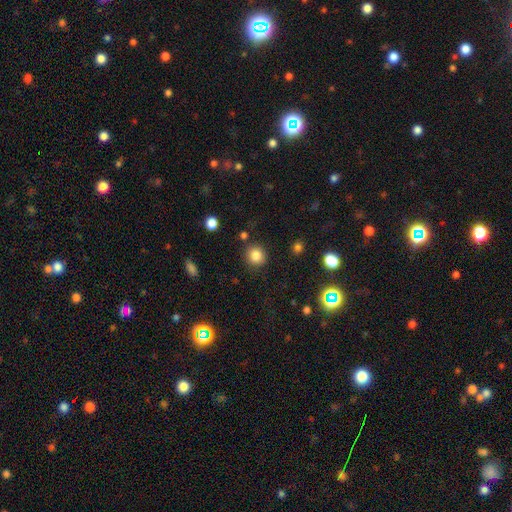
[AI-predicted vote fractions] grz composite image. It shows a smooth galaxy with no disk features (83%) that is round (90%). Merging: none (86%).